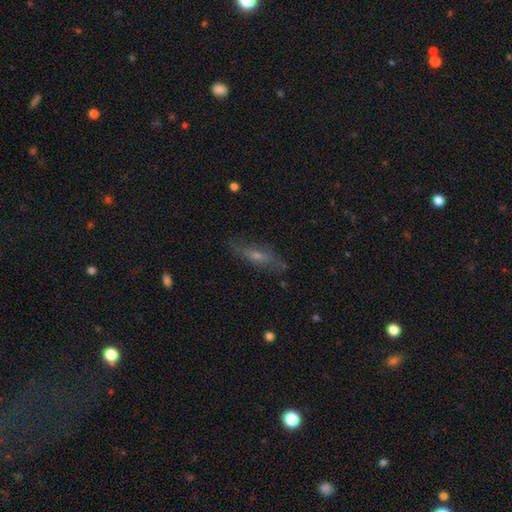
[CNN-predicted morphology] A featured or disk galaxy (55%). Merging: none (75%).